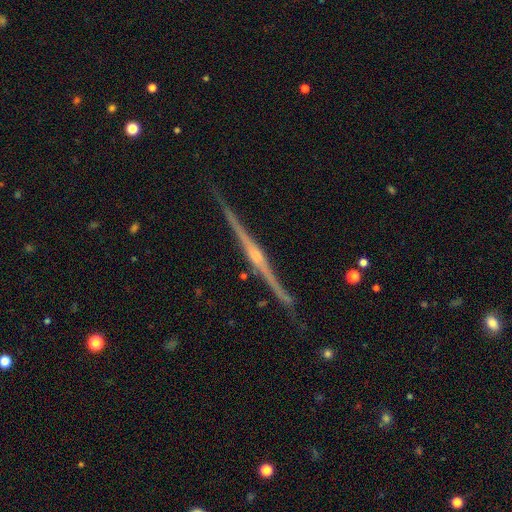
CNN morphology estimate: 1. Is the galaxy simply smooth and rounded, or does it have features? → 89% featured or disk, 6% smooth, 5% star or artifact.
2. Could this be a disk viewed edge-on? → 99% yes, 1% no.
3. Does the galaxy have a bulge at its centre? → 80% rounded, 10% none, 9% boxy.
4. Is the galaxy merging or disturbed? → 88% none, 9% minor disturbance, 2% major disturbance, 2% merger.